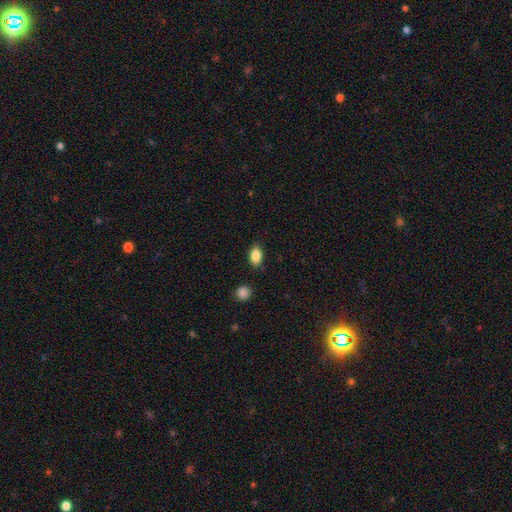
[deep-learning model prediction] smooth 87%, star or artifact 8%, featured or disk 5%. Down the decision tree: how rounded — in between (87%); merging — none (85%).